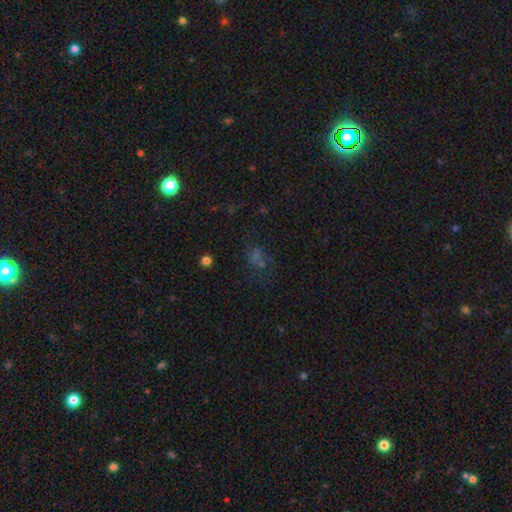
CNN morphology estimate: The model was most divided on "smooth or featured": star or artifact: 43%, smooth: 42%, featured or disk: 15%.